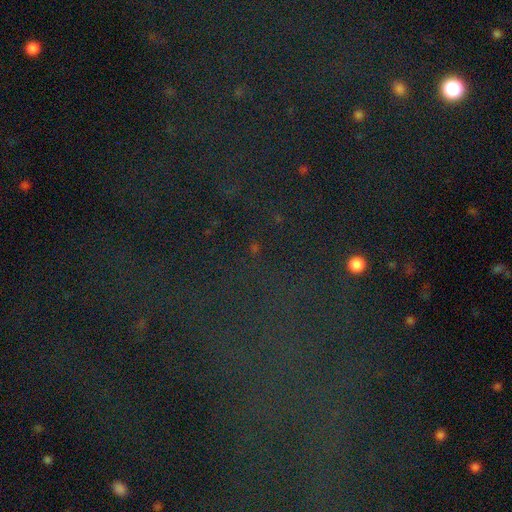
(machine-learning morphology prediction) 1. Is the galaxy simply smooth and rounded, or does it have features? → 79% star or artifact, 12% smooth, 9% featured or disk.